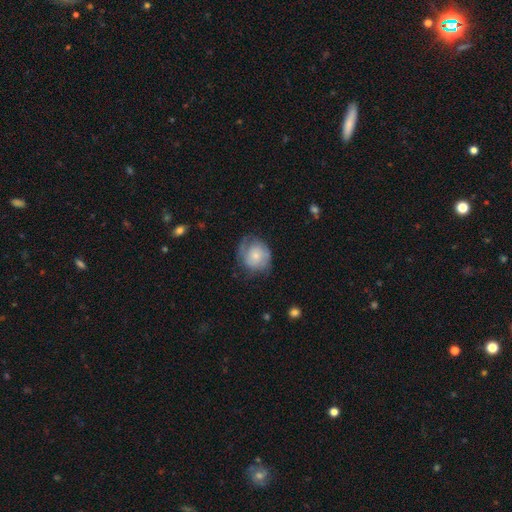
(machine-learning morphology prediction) Smooth or featured? smooth (50%)
Merging? none (53%)